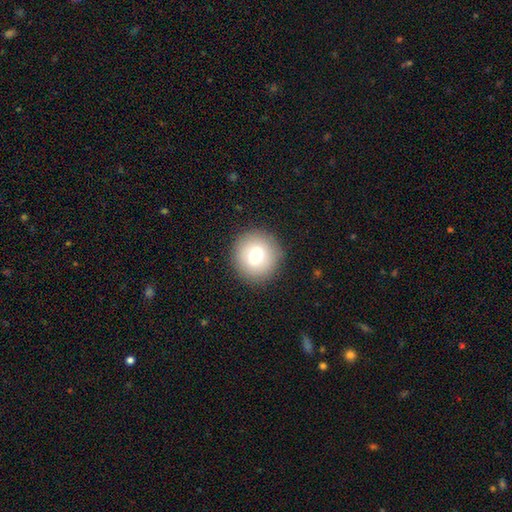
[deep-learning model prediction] Smooth or featured? smooth (74%)
How rounded? round (91%)
Merging? none (89%)